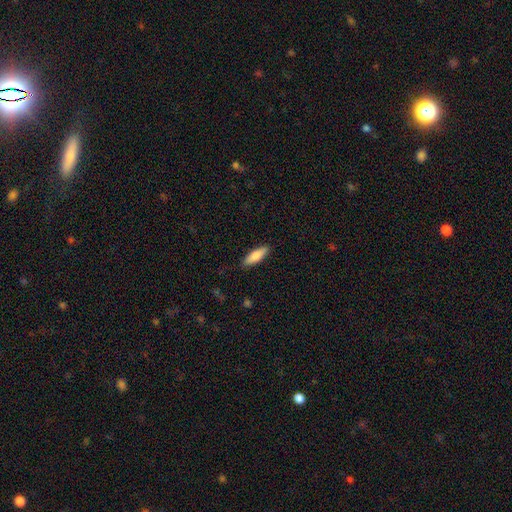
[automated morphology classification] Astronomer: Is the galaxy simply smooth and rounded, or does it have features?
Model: smooth — 80%.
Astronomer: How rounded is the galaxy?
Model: cigar-shaped — 51% (runner-up: in between, 47%).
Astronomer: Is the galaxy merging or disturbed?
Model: none — 88%.